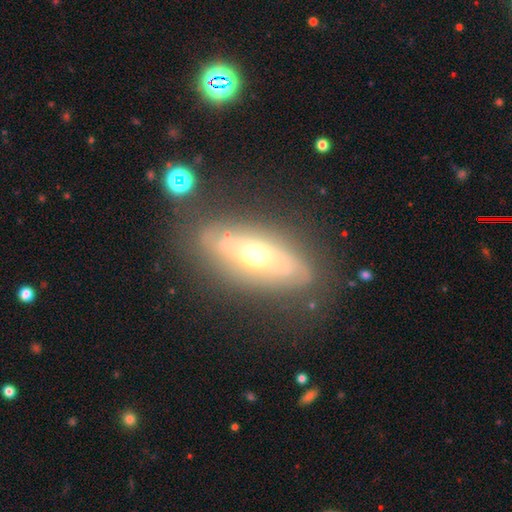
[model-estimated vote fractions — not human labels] A featured or disk galaxy (73%) with no bar (65%), spiral arms (66%) and a moderate central bulge (62%). Merging: none (73%).